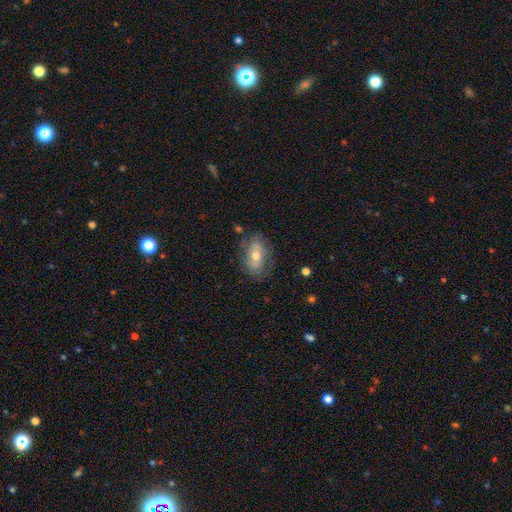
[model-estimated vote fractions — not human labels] A smooth galaxy with no disk features (51%) that is in between round and cigar-shaped (85%).

Vote fractions:
- Smooth or featured? smooth: 51% / featured or disk: 41% / star or artifact: 8%
- How rounded? in between: 85% / round: 11% / cigar-shaped: 3%
- Merging? none: 69% / minor disturbance: 21% / major disturbance: 8% / merger: 2%